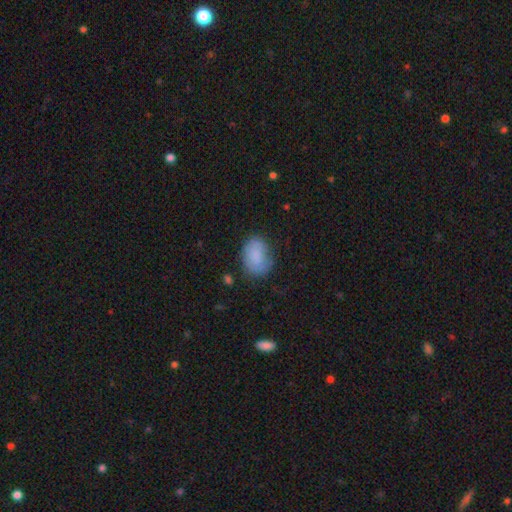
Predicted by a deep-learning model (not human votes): The model was most divided on "merging": none: 64%, minor disturbance: 25%, major disturbance: 8%, merger: 2%. More confident: smooth or featured — smooth (80%); how rounded — in between (74%).